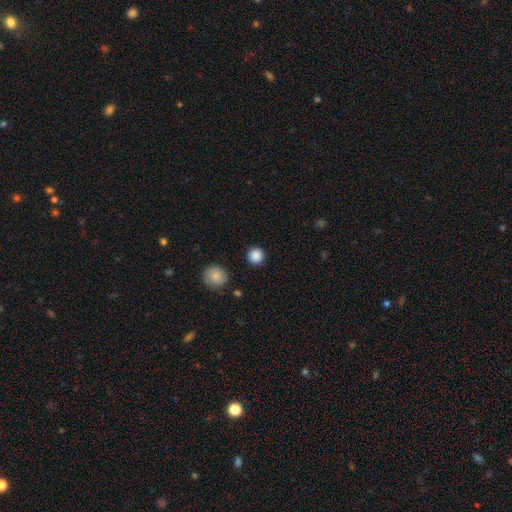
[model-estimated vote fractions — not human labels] Smooth or featured: smooth — 87% (star or artifact — 10%)
How rounded: round — 95% (in between — 4%)
Merging: none — 89% (minor disturbance — 6%)